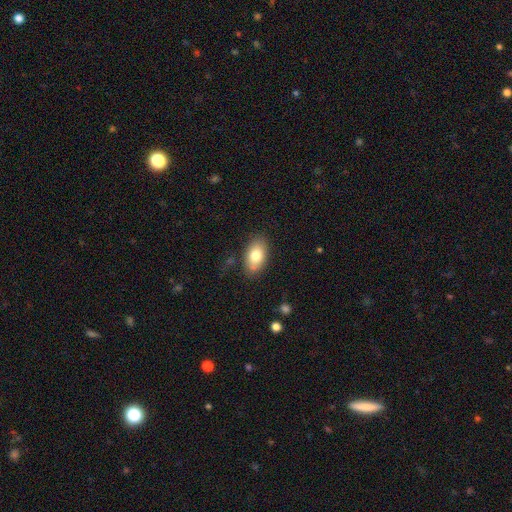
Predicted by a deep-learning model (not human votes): Smooth or featured? Predicted: smooth (p=0.77). How rounded? Predicted: in between (p=0.91). Merging? Predicted: none (p=0.80).